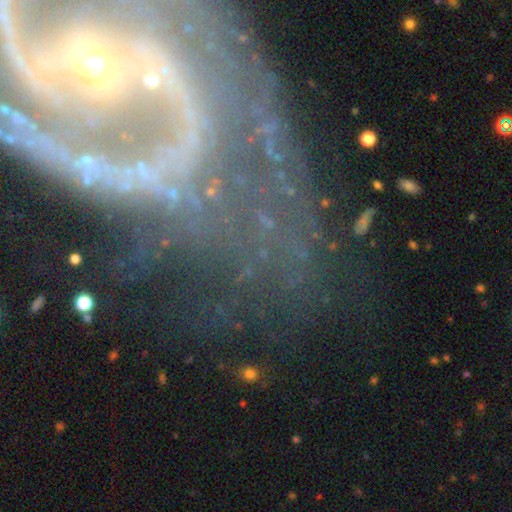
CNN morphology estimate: A featured or disk galaxy (71%) with no bar (45%), spiral arms (67%) and a small central bulge (49%).

Vote fractions:
- Smooth or featured? featured or disk: 71% / star or artifact: 18% / smooth: 11%
- Edge-on disk? no: 94% / yes: 6%
- Bar? no: 45% / weak: 28% / strong: 27%
- Spiral arms? yes: 67% / no: 33%
- Bulge size? small: 49% / moderate: 25% / none: 18% / large: 5% / dominant: 3%
- Merging? none: 42% / major disturbance: 34% / minor disturbance: 16% / merger: 8%